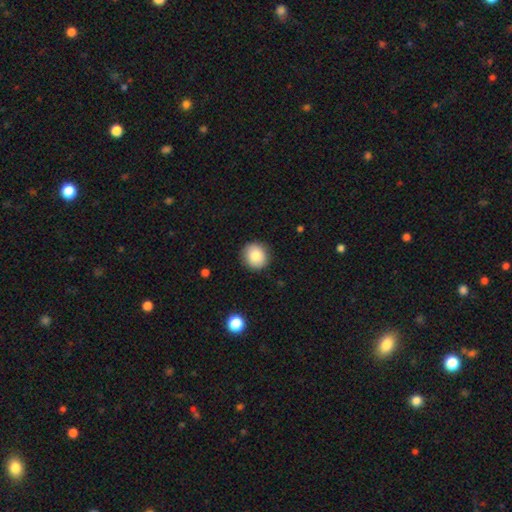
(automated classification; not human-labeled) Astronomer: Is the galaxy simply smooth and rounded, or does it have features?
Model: smooth — 83%.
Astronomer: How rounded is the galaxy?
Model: round — 87%.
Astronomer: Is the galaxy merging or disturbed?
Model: none — 90%.